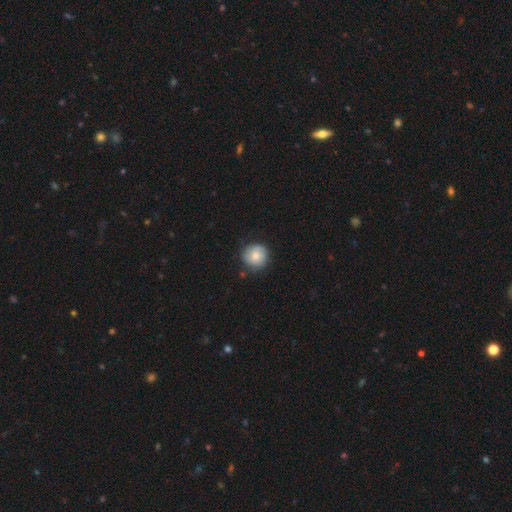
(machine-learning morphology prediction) smooth-or-featured: smooth: 79% | featured or disk: 13% | star or artifact: 7%
  how-rounded: round: 92% | in between: 7% | cigar-shaped: 1%
  merging: none: 79% | minor disturbance: 16% | major disturbance: 3% | merger: 2%